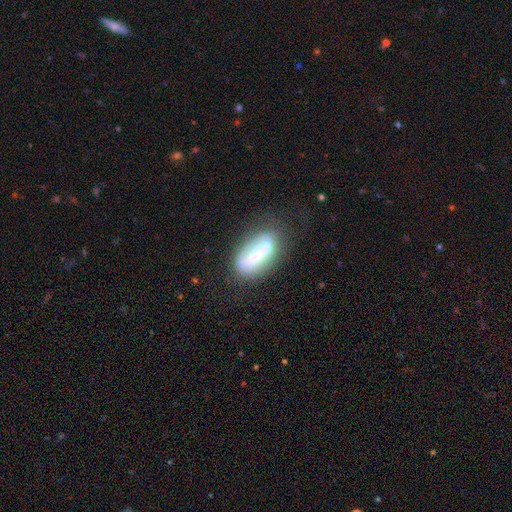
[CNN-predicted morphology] type=featured or disk (54%); edge-on=no (85%); merging=none (53%).